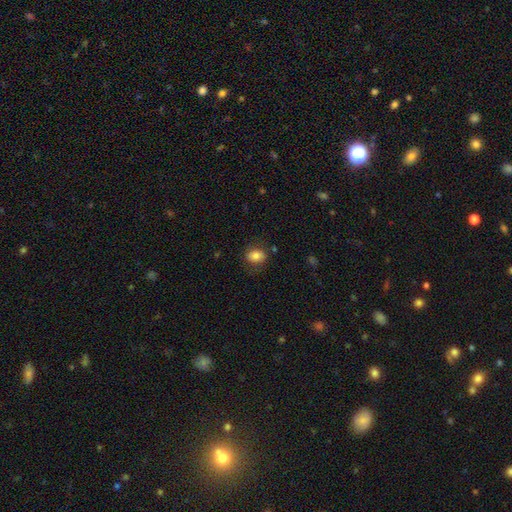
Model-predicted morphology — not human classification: Overall: smooth (81%). How rounded: in between (64%; round 35%). Merging: none (76%).